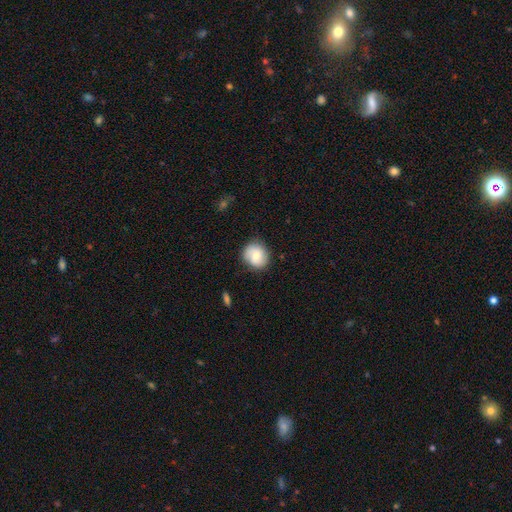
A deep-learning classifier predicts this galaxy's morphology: The model was most divided on "smooth or featured": smooth: 68%, featured or disk: 24%, star or artifact: 8%. More confident: how rounded — round (79%); merging — none (77%).